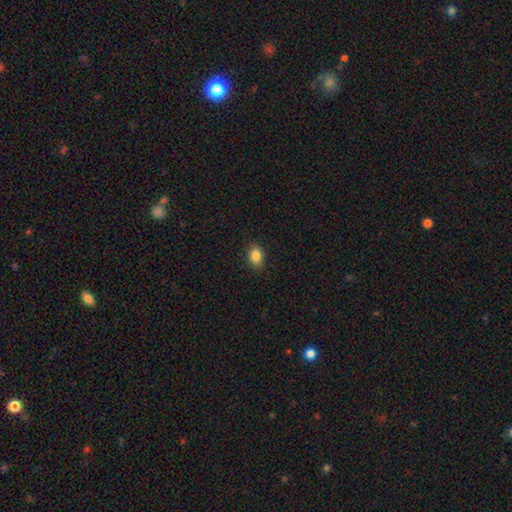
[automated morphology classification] smooth-or-featured: smooth: 85% | star or artifact: 9% | featured or disk: 6%
  how-rounded: in between: 74% | round: 25% | cigar-shaped: 1%
  merging: none: 87% | minor disturbance: 10% | major disturbance: 2% | merger: 1%